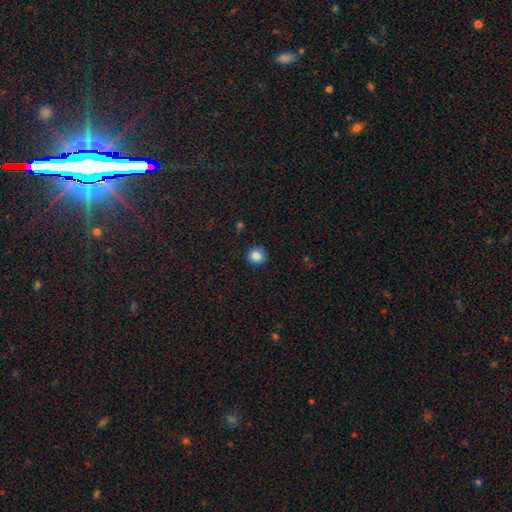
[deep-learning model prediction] A smooth galaxy with no disk features (84%) that is round (91%).

Vote fractions:
- Smooth or featured? smooth: 84% / star or artifact: 11% / featured or disk: 5%
- How rounded? round: 91% / in between: 8% / cigar-shaped: 1%
- Merging? none: 89% / minor disturbance: 8% / major disturbance: 2% / merger: 1%